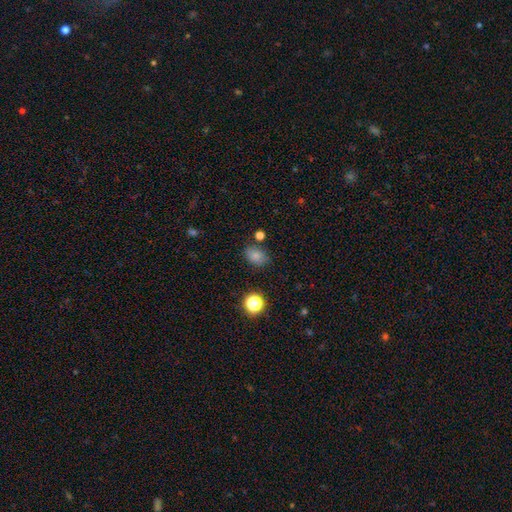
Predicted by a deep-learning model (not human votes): A smooth galaxy with no disk features (80%) that is in between round and cigar-shaped (69%). Merging: none (77%).